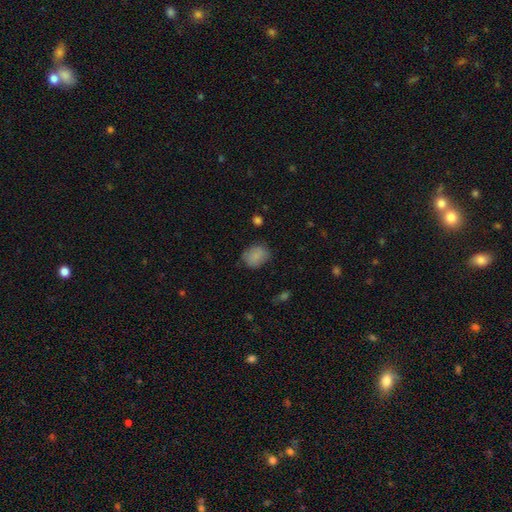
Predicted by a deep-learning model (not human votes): A smooth galaxy with no disk features (85%) that is in between round and cigar-shaped (54%).

Vote fractions:
- Smooth or featured? smooth: 85% / star or artifact: 9% / featured or disk: 7%
- How rounded? in between: 54% / round: 45% / cigar-shaped: 1%
- Merging? none: 75% / minor disturbance: 19% / major disturbance: 5% / merger: 1%